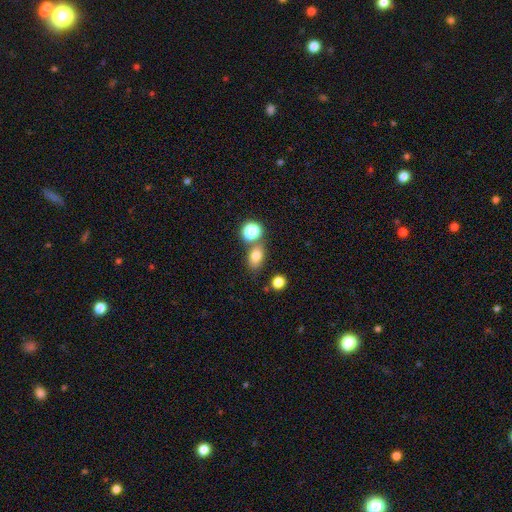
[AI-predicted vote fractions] Morphology: type=smooth (77%); roundness=in between (69%); merging=none (65%).